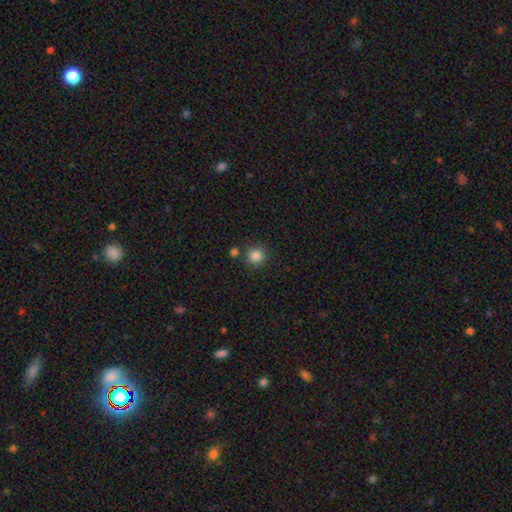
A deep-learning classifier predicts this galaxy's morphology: Q: Smooth or featured?
A: smooth (85%); runner-up: star or artifact (11%)
Q: How rounded?
A: round (92%); runner-up: in between (7%)
Q: Merging?
A: none (81%); runner-up: minor disturbance (8%)